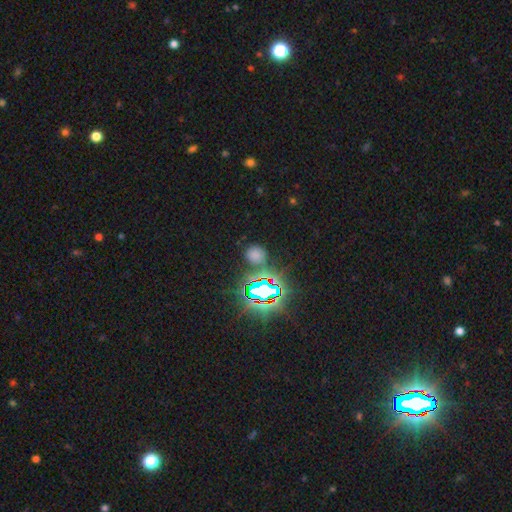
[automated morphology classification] Smooth or featured? Predicted: smooth (p=0.51). How rounded? Predicted: round (p=0.82). Merging? Predicted: none (p=0.78).